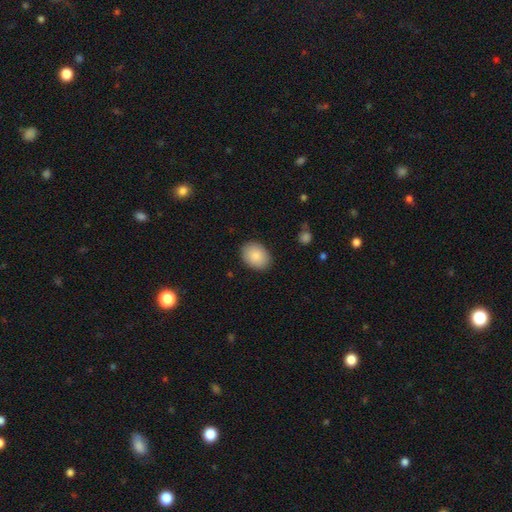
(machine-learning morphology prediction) Smooth or featured? smooth (87%)
How rounded? in between (67%)
Merging? none (88%)